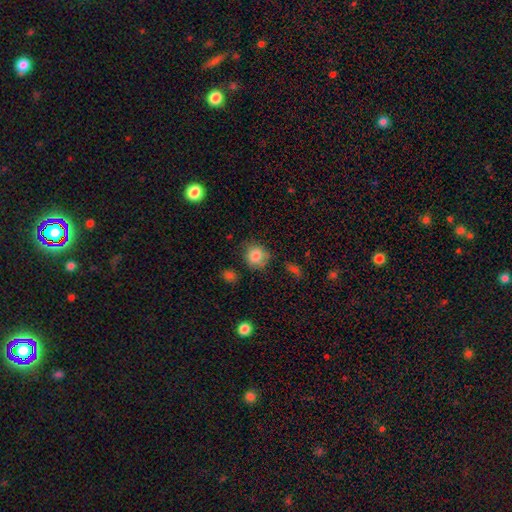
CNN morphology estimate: Smooth or featured?
  - smooth: 83% *
  - star or artifact: 10%
  - featured or disk: 7%
How rounded?
  - round: 85% *
  - in between: 14%
  - cigar-shaped: 1%
Merging?
  - none: 76% *
  - minor disturbance: 17%
  - major disturbance: 4%
  - merger: 3%